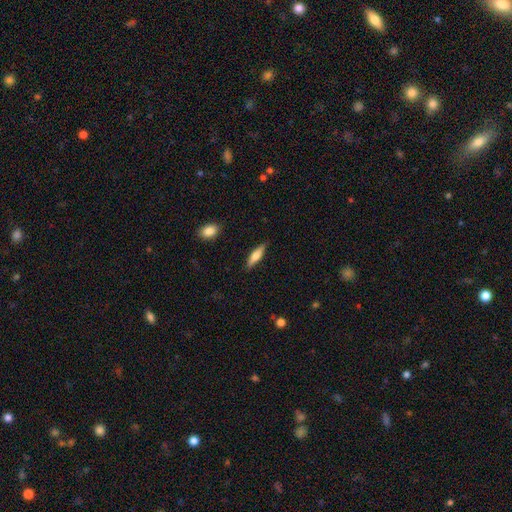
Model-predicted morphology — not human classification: This is likely a smooth galaxy (64%). How rounded: likely cigar-shaped (65%). Merging: clearly none (86%).